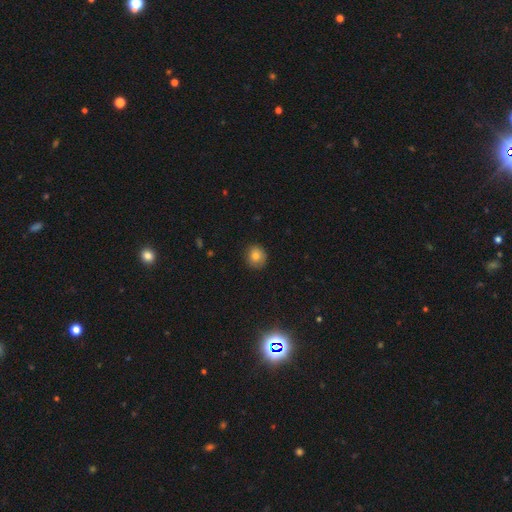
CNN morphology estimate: smooth 79%, star or artifact 11%, featured or disk 10%. Down the decision tree: how rounded — round (84%); merging — none (85%).